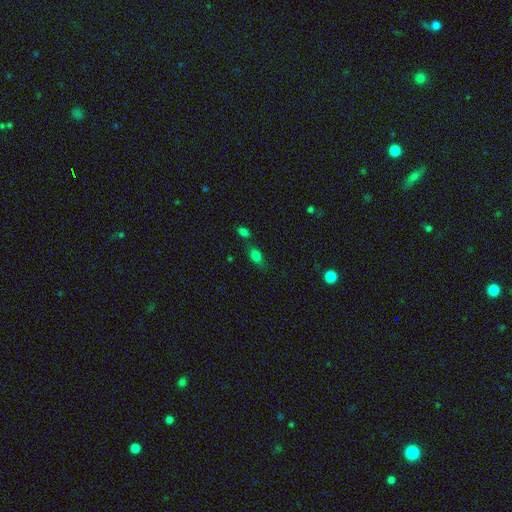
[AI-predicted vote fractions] A smooth galaxy with no disk features (76%) that is in between round and cigar-shaped (79%).

Vote fractions:
- Smooth or featured? smooth: 76% / star or artifact: 13% / featured or disk: 11%
- How rounded? in between: 79% / round: 11% / cigar-shaped: 10%
- Merging? none: 60% / merger: 19% / minor disturbance: 16% / major disturbance: 5%